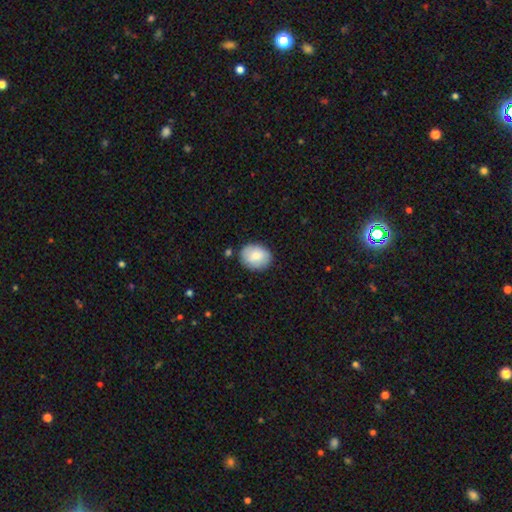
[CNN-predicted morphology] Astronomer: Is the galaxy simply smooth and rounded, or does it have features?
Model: smooth — 83%.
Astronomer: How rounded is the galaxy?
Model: in between — 53% (runner-up: round, 46%).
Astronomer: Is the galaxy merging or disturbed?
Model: none — 81%.